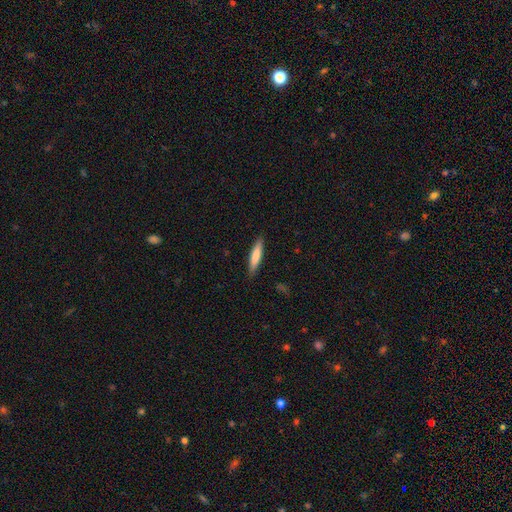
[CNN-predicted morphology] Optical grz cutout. It shows a smooth galaxy with no disk features (77%) that is cigar-shaped (84%). Merging: none (89%).